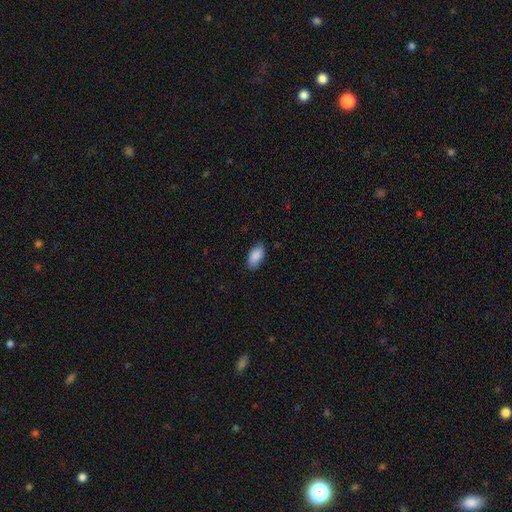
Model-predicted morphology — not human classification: The model was most divided on "merging": none: 83%, minor disturbance: 13%, major disturbance: 3%, merger: 1%. More confident: how rounded — in between (93%); smooth or featured — smooth (89%).